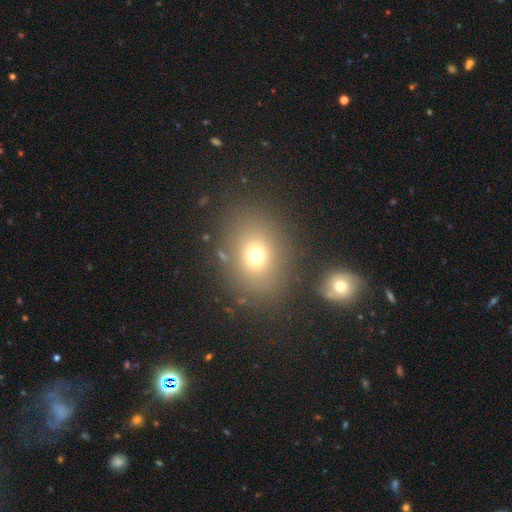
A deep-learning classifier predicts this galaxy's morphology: A smooth galaxy with no disk features (70%) that is round (55%). Merging: none (80%).